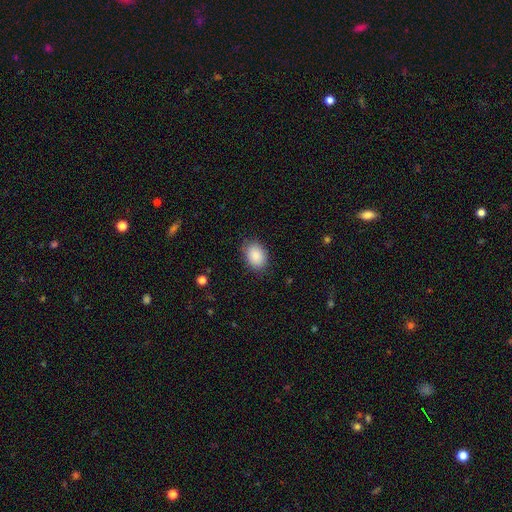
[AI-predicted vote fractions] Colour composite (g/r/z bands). It shows a smooth galaxy with no disk features (88%) that is in between round and cigar-shaped (76%). Merging: none (82%).